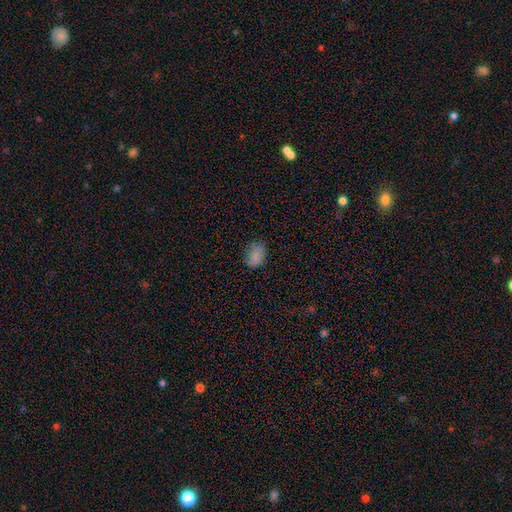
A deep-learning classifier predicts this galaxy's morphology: Overall: smooth (83%). How rounded: in between (82%). Merging: none (72%).